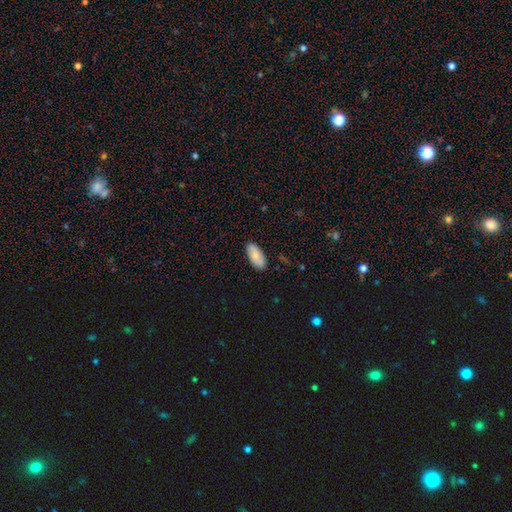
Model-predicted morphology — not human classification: Smooth or featured: smooth — 81% (featured or disk — 13%)
How rounded: in between — 91% (cigar-shaped — 7%)
Merging: none — 87% (minor disturbance — 10%)